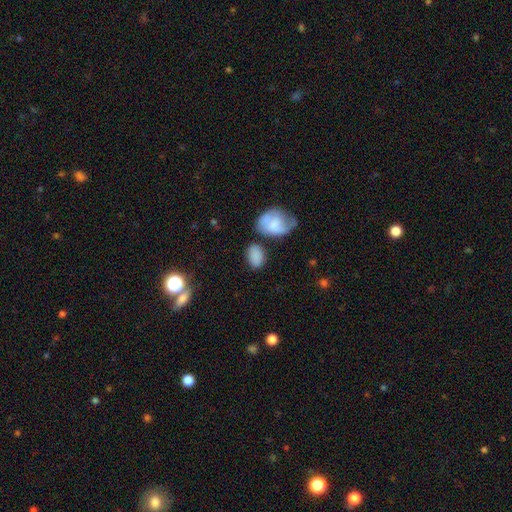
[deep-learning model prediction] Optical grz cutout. It shows a smooth galaxy with no disk features (82%) that is in between round and cigar-shaped (85%). Merging: none (57%).